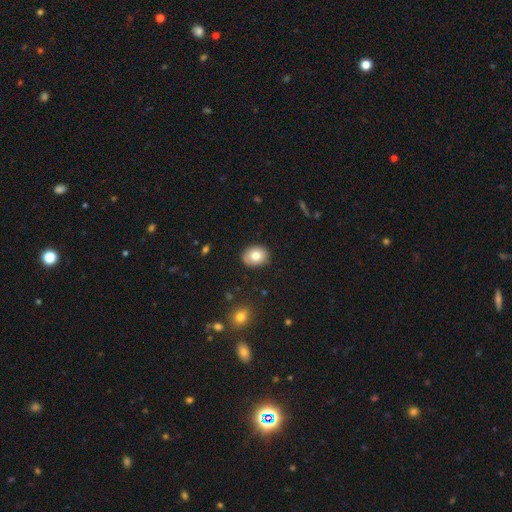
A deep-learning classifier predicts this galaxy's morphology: This appears to be a smooth galaxy with no disk features (80%) that is in between round and cigar-shaped (52%). Merging: none (86%).